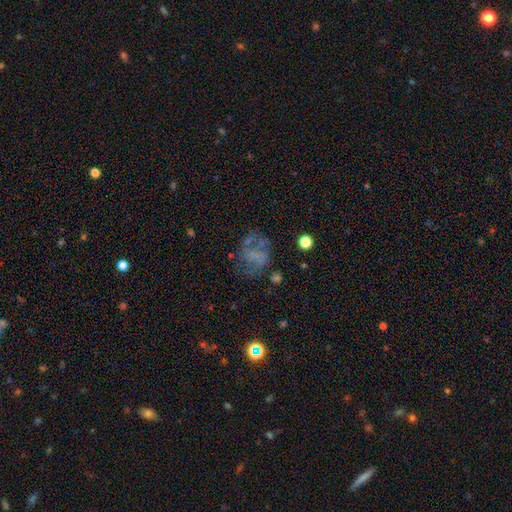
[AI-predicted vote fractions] The model was most divided on "spiral arms": no: 53%, yes: 47%. More confident: edge-on disk — no (98%); bar — no (73%); bulge size — none (71%); smooth or featured — featured or disk (57%); merging — none (51%).